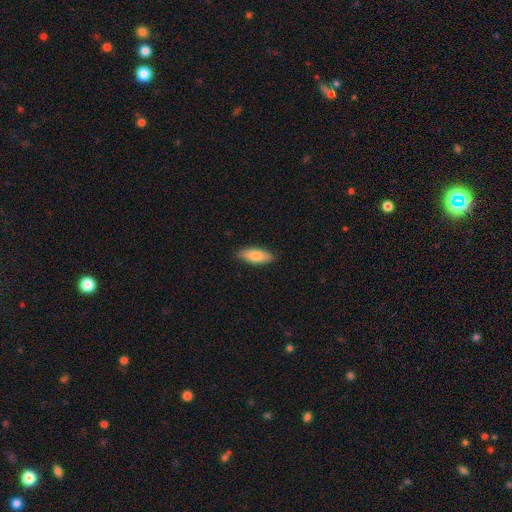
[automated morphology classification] smooth_or_featured: smooth (p=0.83) [alt: featured or disk p=0.11]
how_rounded: in between (p=0.73) [alt: cigar-shaped p=0.25]
merging: none (p=0.86) [alt: minor disturbance p=0.11]